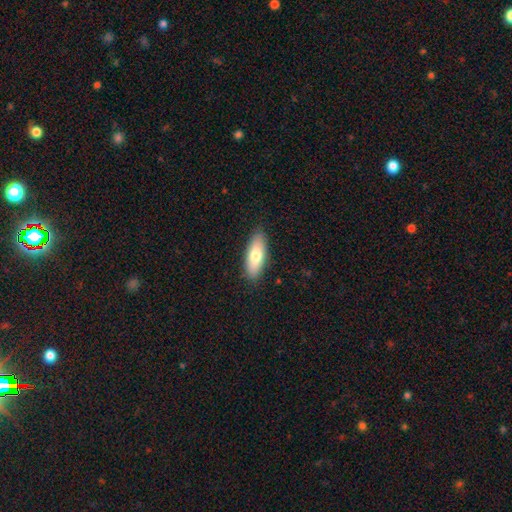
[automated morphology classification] type=smooth (75%); roundness=in between (66%); merging=none (88%).